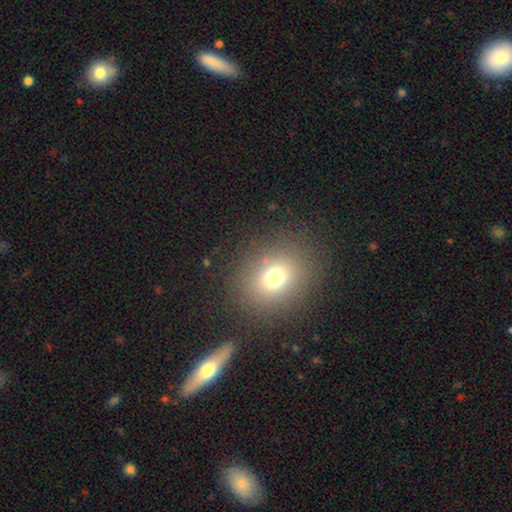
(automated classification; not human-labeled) Smooth or featured? smooth (66%)
How rounded? round (73%)
Merging? none (85%)